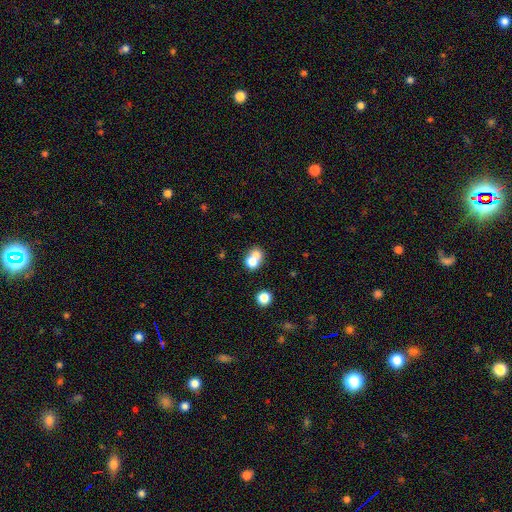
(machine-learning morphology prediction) smooth_or_featured: smooth (p=0.71) [alt: featured or disk p=0.18]
how_rounded: round (p=0.63) [alt: in between p=0.36]
merging: merger (p=0.61) [alt: none p=0.28]